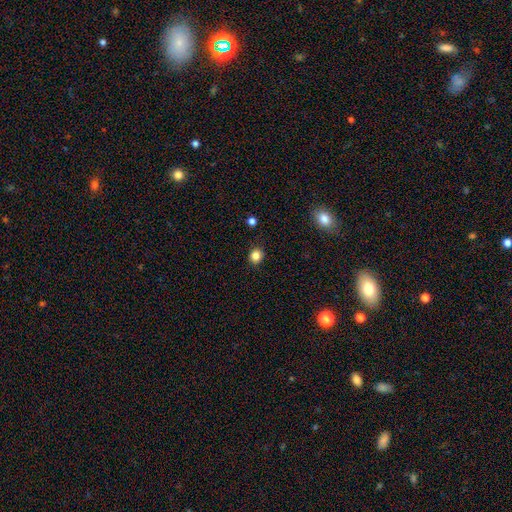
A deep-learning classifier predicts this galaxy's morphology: smooth-or-featured: smooth: 83% | star or artifact: 12% | featured or disk: 5%
  how-rounded: round: 84% | in between: 15% | cigar-shaped: 1%
  merging: none: 89% | minor disturbance: 7% | major disturbance: 2% | merger: 1%